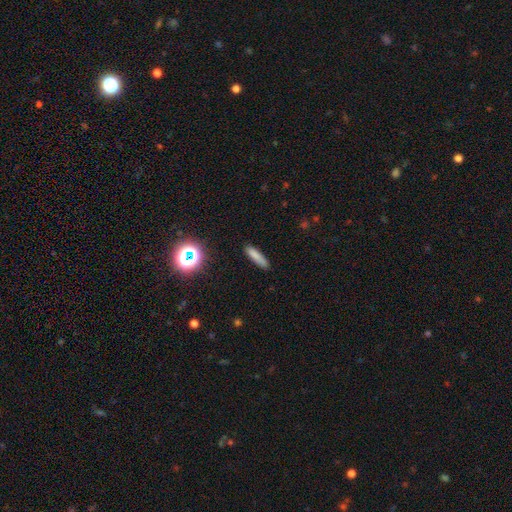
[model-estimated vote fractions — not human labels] The model was most divided on "how rounded": cigar-shaped: 80%, in between: 17%, round: 3%. More confident: merging — none (86%); smooth or featured — smooth (79%).